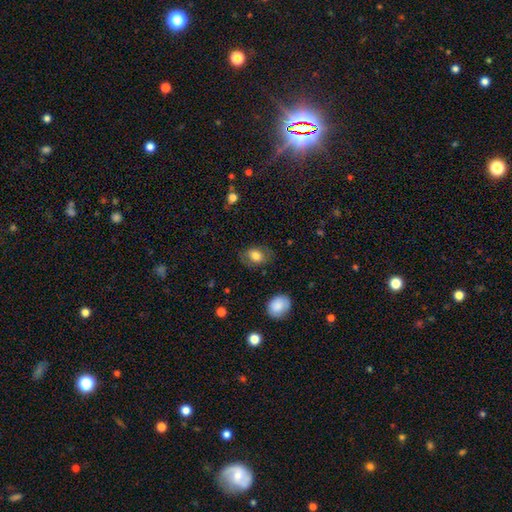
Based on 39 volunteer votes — This appears to be a smooth galaxy with no disk features (64%) that is in between round and cigar-shaped (84%). Merging: none (86%).